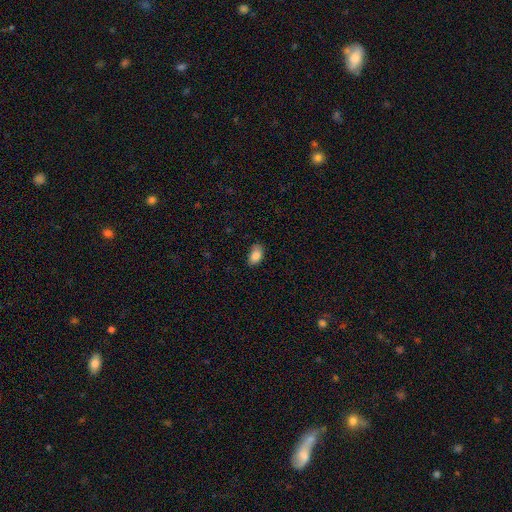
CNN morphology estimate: smooth 85%, star or artifact 8%, featured or disk 7%. Down the decision tree: how rounded — in between (90%); merging — none (77%).